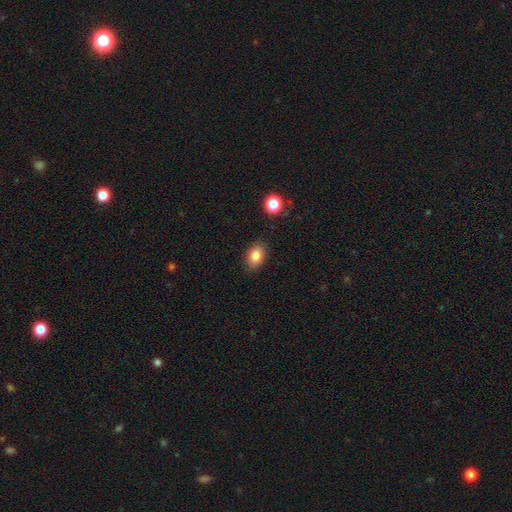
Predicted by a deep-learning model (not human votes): A smooth galaxy with no disk features (84%) that is in between round and cigar-shaped (77%). Merging: none (85%).